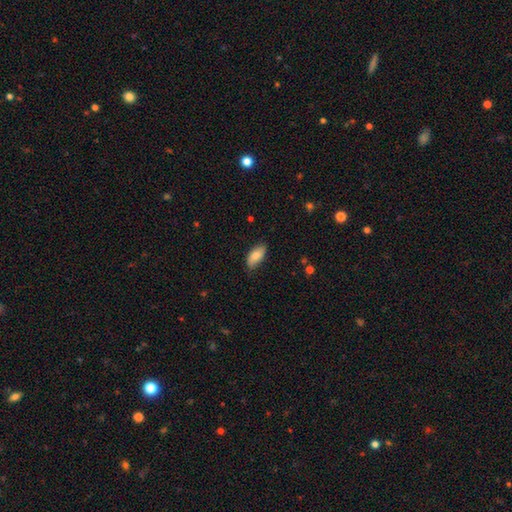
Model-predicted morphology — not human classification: A smooth galaxy with no disk features (78%) that is in between round and cigar-shaped (91%). Merging: none (77%).